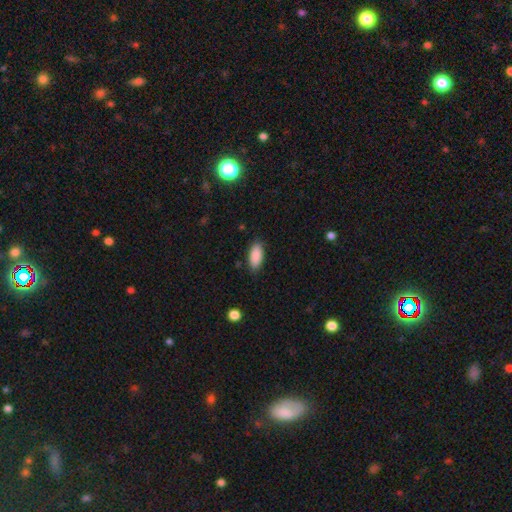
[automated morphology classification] Smooth or featured: smooth — 89% (star or artifact — 7%)
How rounded: in between — 88% (cigar-shaped — 10%)
Merging: none — 85% (minor disturbance — 11%)